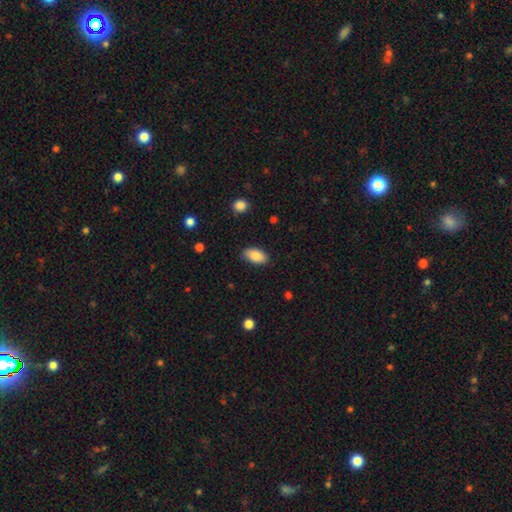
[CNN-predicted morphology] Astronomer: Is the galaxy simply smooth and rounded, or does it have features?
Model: smooth — 87%.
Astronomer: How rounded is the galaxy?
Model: in between — 93%.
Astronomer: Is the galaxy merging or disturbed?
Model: none — 85%.